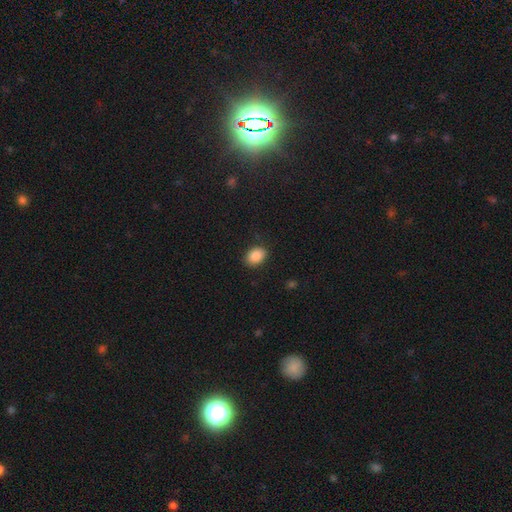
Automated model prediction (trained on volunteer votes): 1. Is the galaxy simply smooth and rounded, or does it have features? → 88% smooth, 8% star or artifact, 3% featured or disk.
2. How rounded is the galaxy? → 71% in between, 28% round, 1% cigar-shaped.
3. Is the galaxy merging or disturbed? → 86% none, 10% minor disturbance, 3% major disturbance, 1% merger.